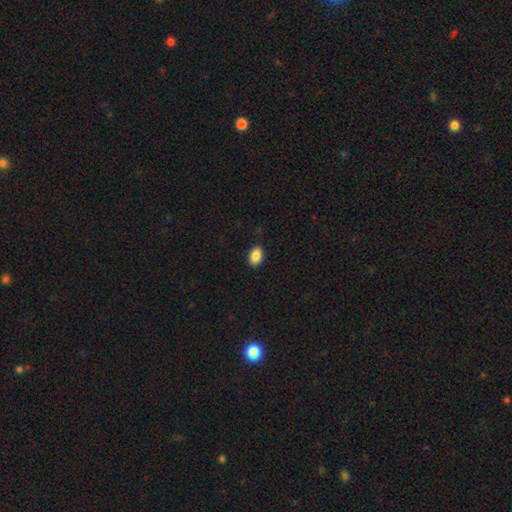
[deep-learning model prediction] Smooth or featured?
  - smooth: 88% *
  - star or artifact: 8%
  - featured or disk: 4%
How rounded?
  - in between: 86% *
  - round: 13%
  - cigar-shaped: 1%
Merging?
  - none: 89% *
  - minor disturbance: 8%
  - major disturbance: 2%
  - merger: 1%